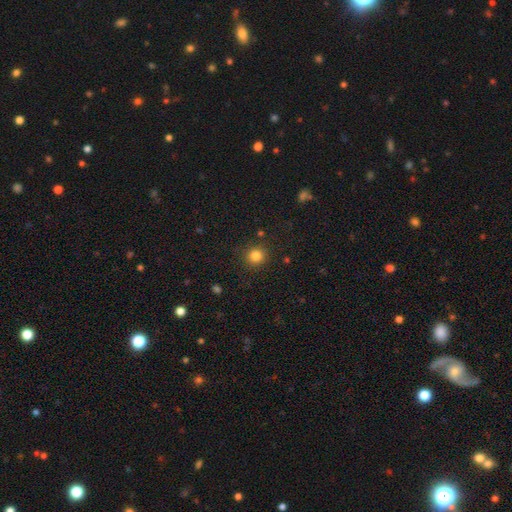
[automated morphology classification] This is clearly a smooth galaxy (83%). How rounded: clearly round (92%). Merging: clearly none (89%).